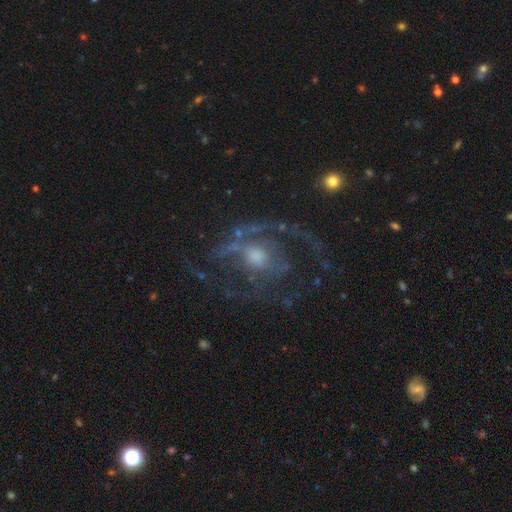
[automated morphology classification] featured or disk 80%, smooth 11%, star or artifact 9%. Down the decision tree: edge-on disk — no (96%); bar — no (62%); spiral arms — yes (73%); spiral arm count — 2 (41%); spiral winding — medium (45%); bulge size — moderate (54%); merging — none (51%).